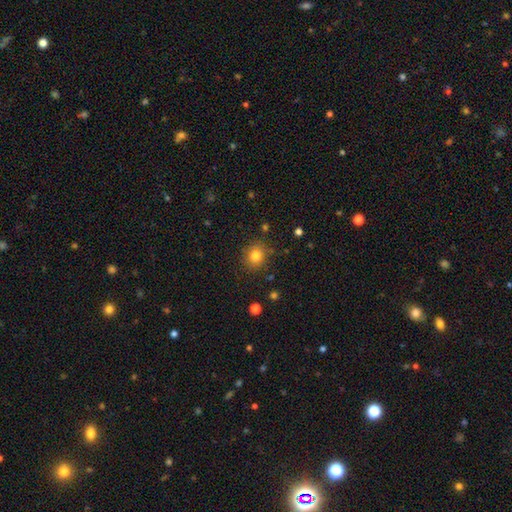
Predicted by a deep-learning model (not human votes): Overall: smooth (81%). How rounded: round (79%). Merging: none (85%).